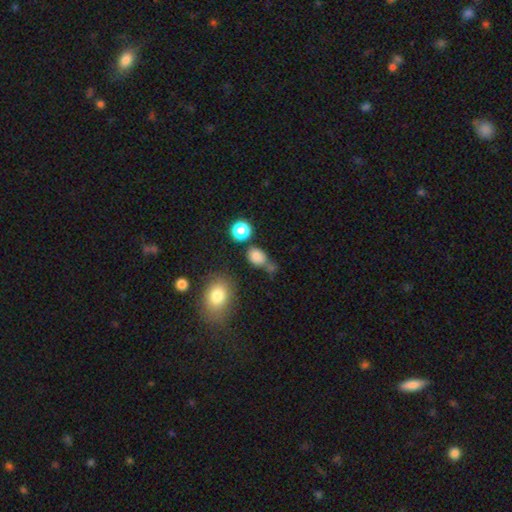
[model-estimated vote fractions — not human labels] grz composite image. It shows a smooth galaxy with no disk features (80%) that is in between round and cigar-shaped (61%). Merging: none (52%).